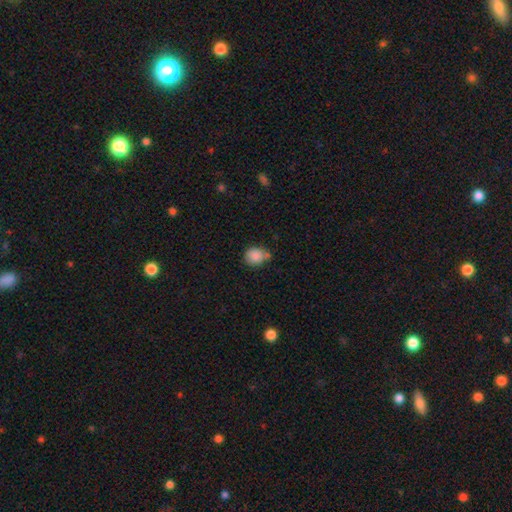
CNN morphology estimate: Smooth or featured? smooth (86%)
How rounded? round (66%)
Merging? none (54%)